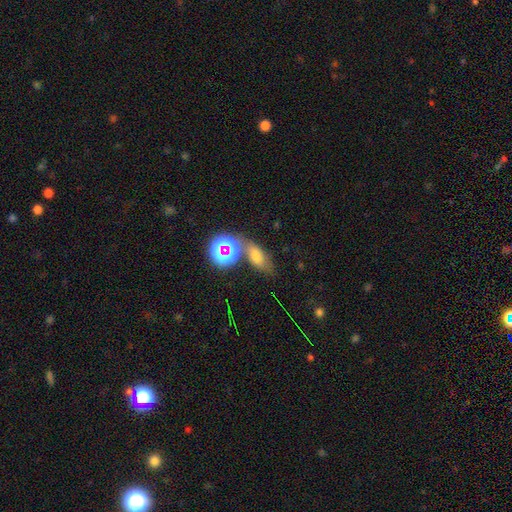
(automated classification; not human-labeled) This appears to be a smooth galaxy with no disk features (58%) that is in between round and cigar-shaped (72%). Merging: none (58%).